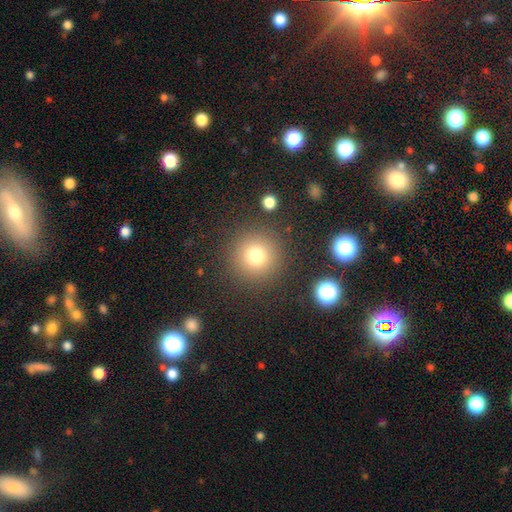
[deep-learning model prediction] A smooth galaxy with no disk features (76%) that is round (95%).

Vote fractions:
- Smooth or featured? smooth: 76% / star or artifact: 15% / featured or disk: 9%
- How rounded? round: 95% / in between: 4% / cigar-shaped: 1%
- Merging? none: 87% / minor disturbance: 7% / major disturbance: 4% / merger: 2%